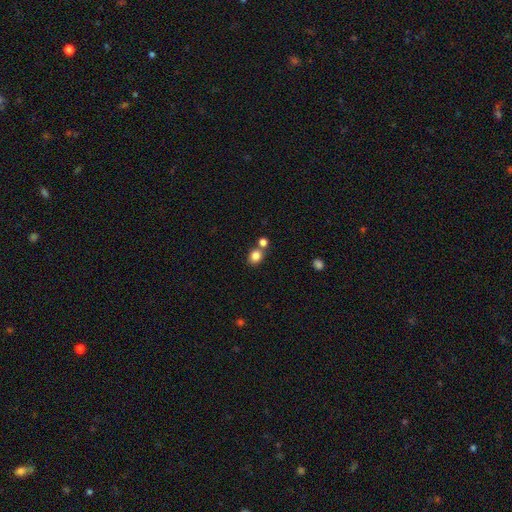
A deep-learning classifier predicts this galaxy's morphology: Smooth or featured? smooth (83%)
How rounded? round (64%)
Merging? none (63%)